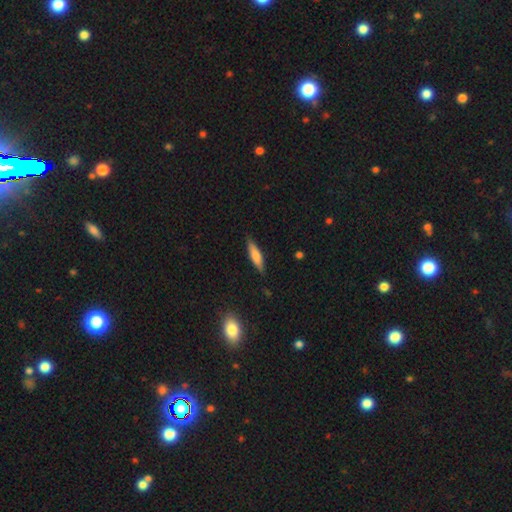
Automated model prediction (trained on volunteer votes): smooth 69%, featured or disk 24%, star or artifact 6%. Down the decision tree: how rounded — cigar-shaped (72%); merging — none (84%).